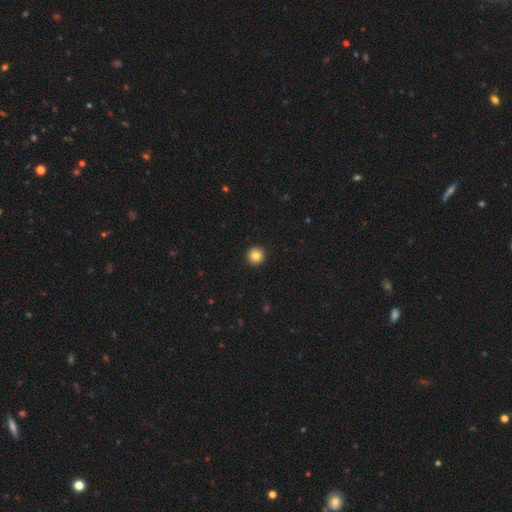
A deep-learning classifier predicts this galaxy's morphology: Smooth or featured? Predicted: smooth (p=0.84). How rounded? Predicted: round (p=0.96). Merging? Predicted: none (p=0.94).